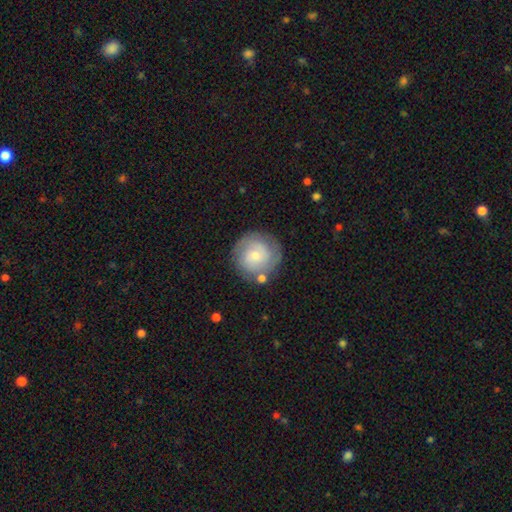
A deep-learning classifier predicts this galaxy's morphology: Smooth or featured? Predicted: featured or disk (p=0.60). Edge-on disk? Predicted: no (p=0.98). Bar? Predicted: no (p=0.70). Spiral arms? Predicted: yes (p=0.87). Spiral winding? Predicted: tight (p=0.63). Spiral arm count? Predicted: 2 (p=0.43). Bulge size? Predicted: small (p=0.55). Merging? Predicted: none (p=0.75).